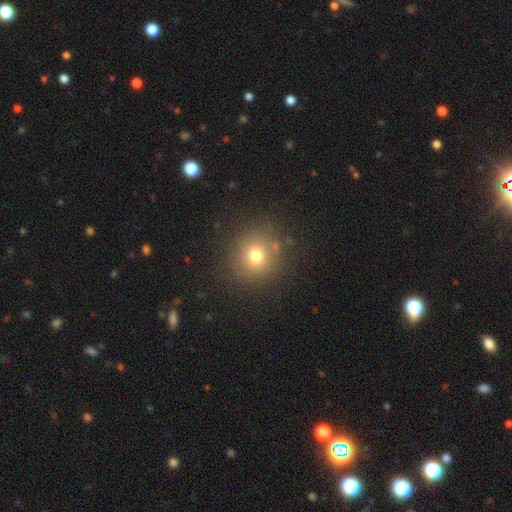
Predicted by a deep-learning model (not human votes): Q: Smooth or featured?
A: smooth (73%); runner-up: star or artifact (17%)
Q: How rounded?
A: round (90%); runner-up: in between (9%)
Q: Merging?
A: none (85%); runner-up: minor disturbance (8%)